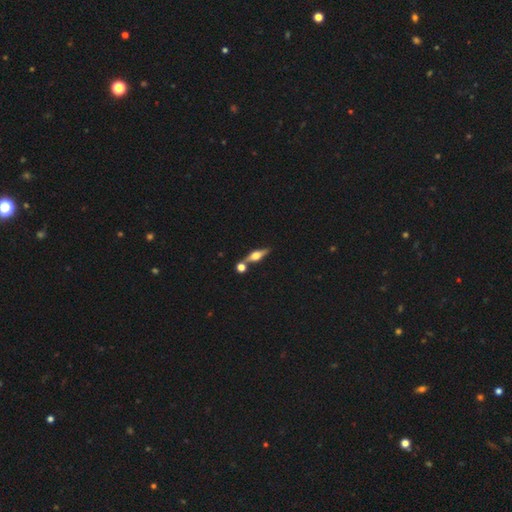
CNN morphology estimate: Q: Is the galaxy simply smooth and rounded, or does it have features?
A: featured or disk — 69%.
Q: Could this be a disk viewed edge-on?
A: yes — 95%.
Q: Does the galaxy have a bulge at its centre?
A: rounded — 94%.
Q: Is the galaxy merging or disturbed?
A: none — 73%.